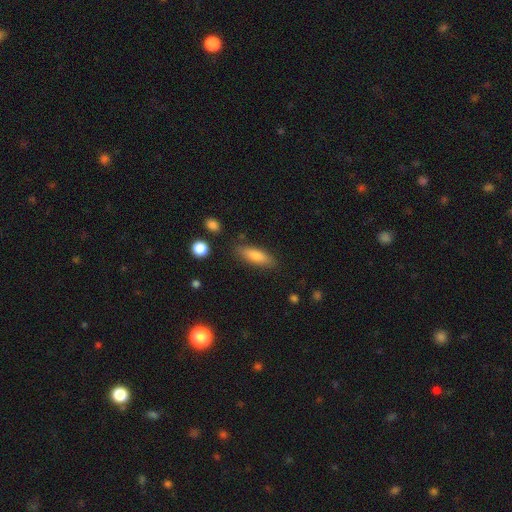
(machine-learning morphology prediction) A smooth galaxy with no disk features (76%) that is in between round and cigar-shaped (51%).

Vote fractions:
- Smooth or featured? smooth: 76% / featured or disk: 18% / star or artifact: 7%
- How rounded? in between: 51% / cigar-shaped: 46% / round: 2%
- Merging? none: 83% / minor disturbance: 12% / major disturbance: 3% / merger: 3%